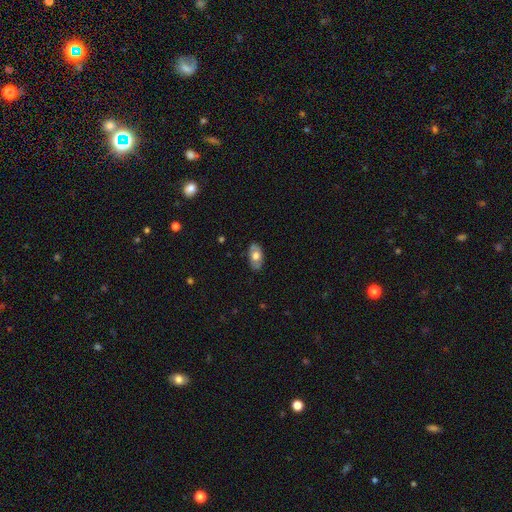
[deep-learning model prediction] Overall: smooth (59%; featured or disk 34%). How rounded: in between (92%). Merging: none (81%).